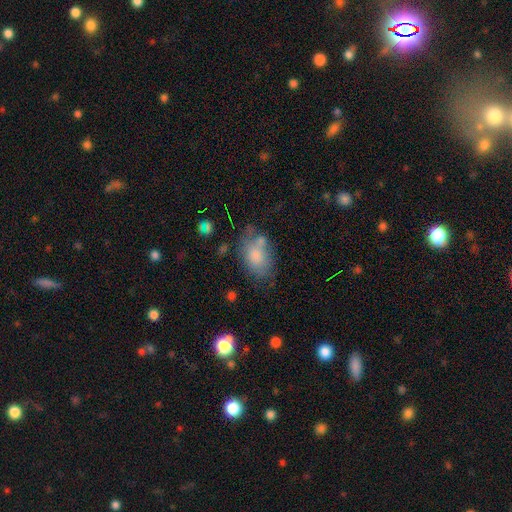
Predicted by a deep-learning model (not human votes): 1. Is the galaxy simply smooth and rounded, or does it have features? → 76% smooth, 15% featured or disk, 9% star or artifact.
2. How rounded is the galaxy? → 87% in between, 11% round, 2% cigar-shaped.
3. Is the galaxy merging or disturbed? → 53% none, 23% minor disturbance, 14% merger, 10% major disturbance.